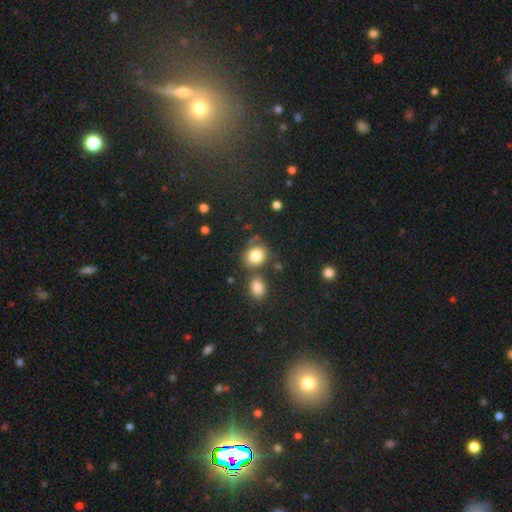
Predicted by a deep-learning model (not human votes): A smooth galaxy with no disk features (83%) that is round (64%). Merging: none (66%).